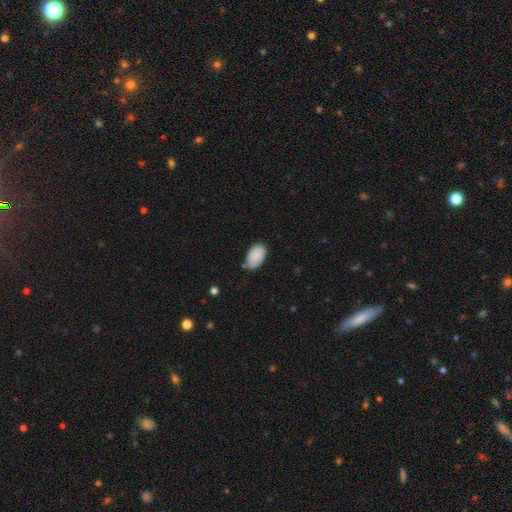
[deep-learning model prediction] Overall: smooth (86%). How rounded: in between (93%). Merging: none (56%; minor disturbance 33%).